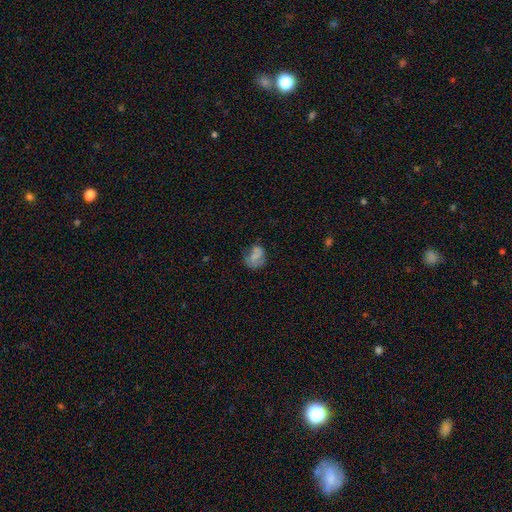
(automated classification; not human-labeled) A smooth galaxy with no disk features (60%) that is in between round and cigar-shaped (52%). Merging: none (42%).